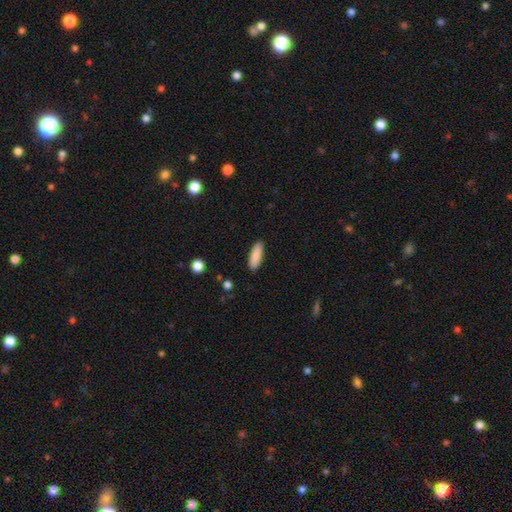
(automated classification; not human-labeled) A smooth galaxy with no disk features (87%) that is cigar-shaped (51%).

Vote fractions:
- Smooth or featured? smooth: 87% / featured or disk: 7% / star or artifact: 6%
- How rounded? cigar-shaped: 51% / in between: 47% / round: 2%
- Merging? none: 90% / minor disturbance: 7% / major disturbance: 2% / merger: 1%